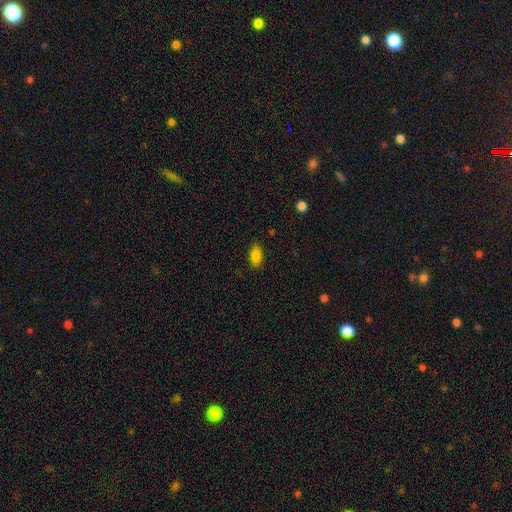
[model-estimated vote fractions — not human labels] Smooth or featured?
  - smooth: 84% *
  - star or artifact: 9%
  - featured or disk: 7%
How rounded?
  - in between: 89% *
  - cigar-shaped: 7%
  - round: 4%
Merging?
  - none: 86% *
  - minor disturbance: 10%
  - major disturbance: 2%
  - merger: 1%